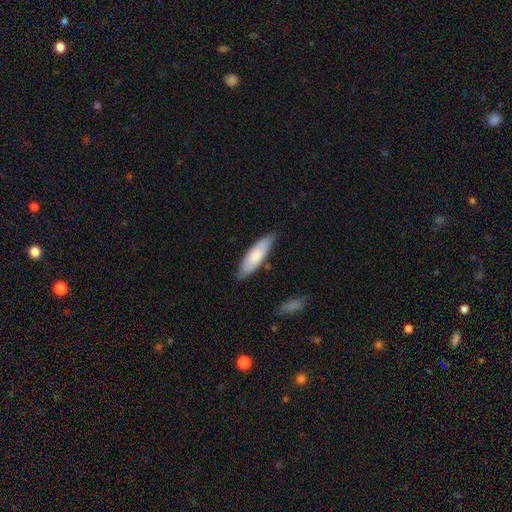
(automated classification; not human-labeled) smooth_or_featured: smooth (p=0.74) [alt: featured or disk p=0.20]
how_rounded: in between (p=0.50) [alt: cigar-shaped p=0.48]
merging: none (p=0.77) [alt: minor disturbance p=0.18]